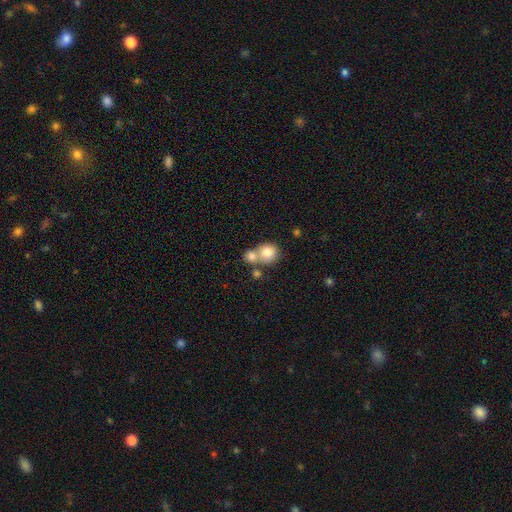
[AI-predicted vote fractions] Overall: smooth (80%). How rounded: round (82%). Merging: merger (53%; none 37%).